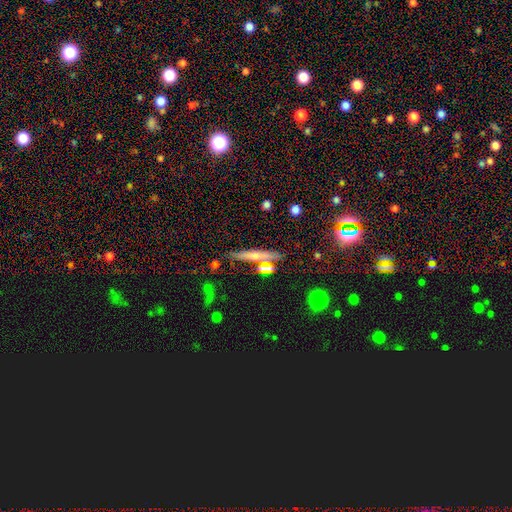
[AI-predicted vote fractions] smooth 54%, featured or disk 36%, star or artifact 11%. Down the decision tree: how rounded — cigar-shaped (88%); merging — none (73%).